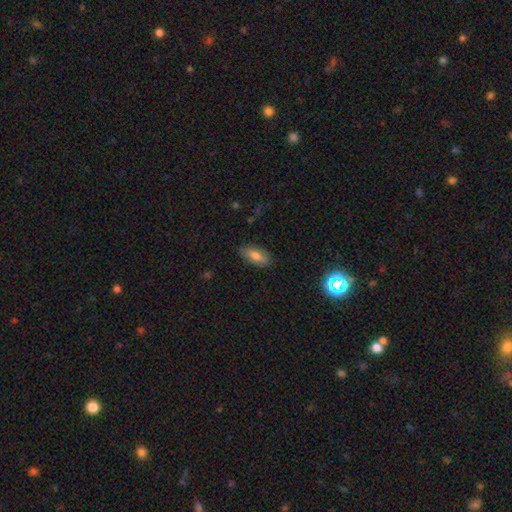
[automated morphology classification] Smooth or featured? smooth (78%)
How rounded? in between (84%)
Merging? none (85%)